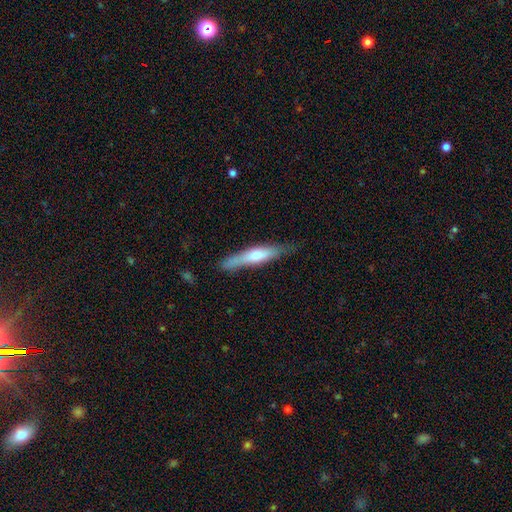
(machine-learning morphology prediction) A smooth galaxy with no disk features (55%) that is cigar-shaped (86%).

Vote fractions:
- Smooth or featured? smooth: 55% / featured or disk: 40% / star or artifact: 5%
- How rounded? cigar-shaped: 86% / in between: 13% / round: 2%
- Merging? none: 72% / minor disturbance: 21% / major disturbance: 5% / merger: 2%